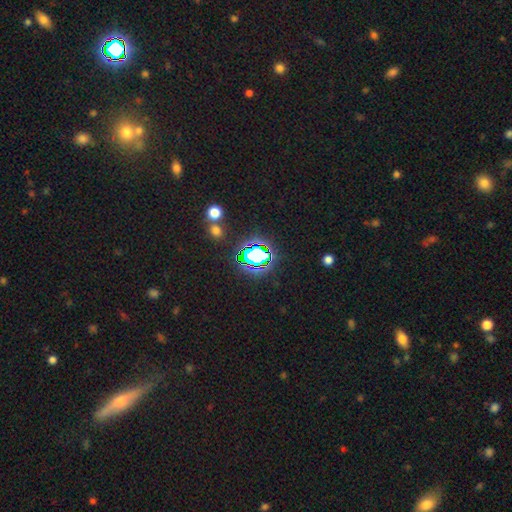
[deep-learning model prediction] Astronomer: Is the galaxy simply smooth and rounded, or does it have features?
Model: star or artifact — 67%.